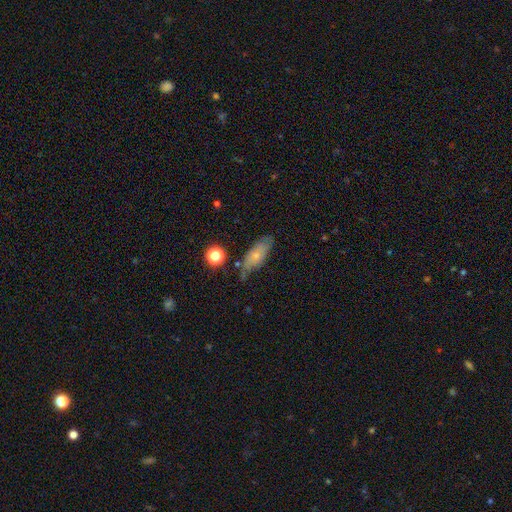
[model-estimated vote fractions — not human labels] The model was most divided on "smooth or featured": smooth: 59%, featured or disk: 33%, star or artifact: 8%. More confident: how rounded — in between (73%); merging — none (61%).